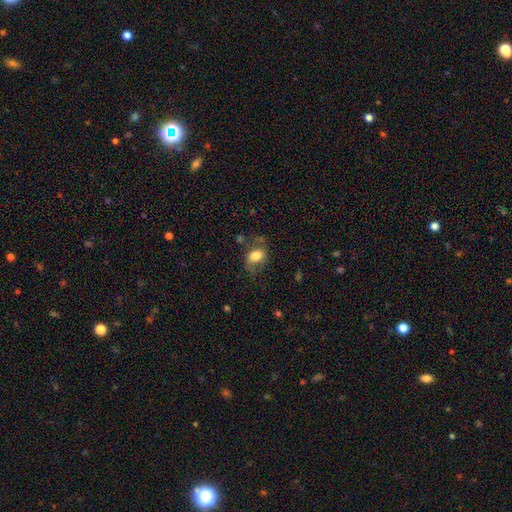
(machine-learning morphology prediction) Q: Smooth or featured?
A: smooth (70%); runner-up: featured or disk (22%)
Q: How rounded?
A: in between (73%); runner-up: round (26%)
Q: Merging?
A: none (55%); runner-up: minor disturbance (25%)